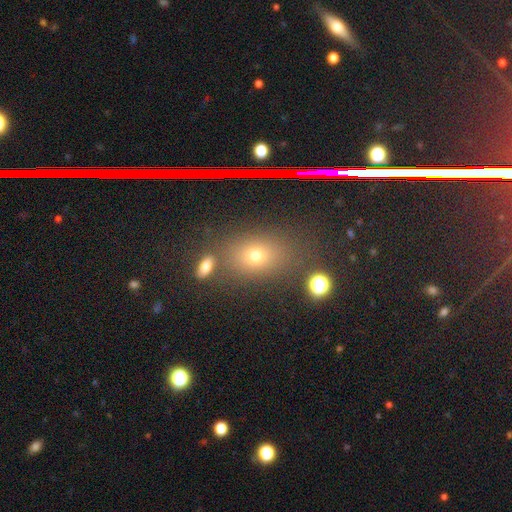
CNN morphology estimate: Smooth or featured?
  - smooth: 55% *
  - star or artifact: 33%
  - featured or disk: 12%
How rounded?
  - in between: 54% *
  - round: 43%
  - cigar-shaped: 3%
Merging?
  - none: 77% *
  - minor disturbance: 10%
  - merger: 9%
  - major disturbance: 4%